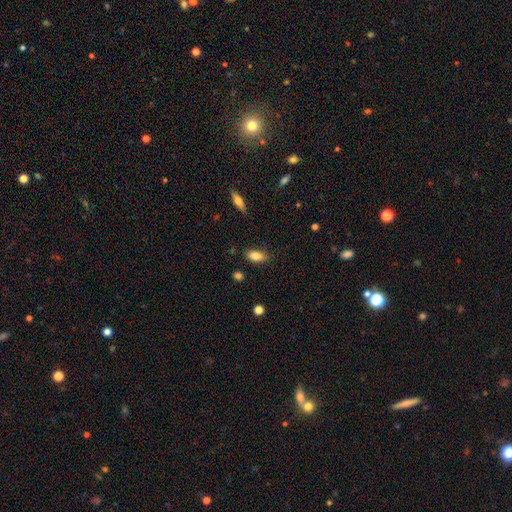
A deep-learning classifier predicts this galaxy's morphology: Smooth or featured?
  - smooth: 83% *
  - featured or disk: 9%
  - star or artifact: 8%
How rounded?
  - in between: 87% *
  - cigar-shaped: 8%
  - round: 5%
Merging?
  - none: 79% *
  - minor disturbance: 16%
  - major disturbance: 3%
  - merger: 2%